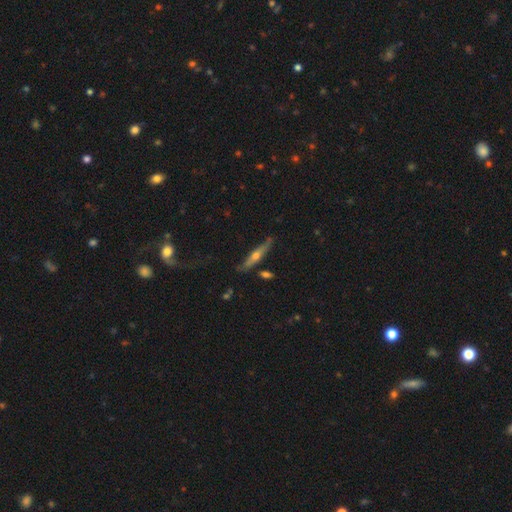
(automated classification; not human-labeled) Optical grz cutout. It shows a featured or disk galaxy (64%) viewed edge-on (94%) with a rounded central bulge (89%). Merging: none (80%).